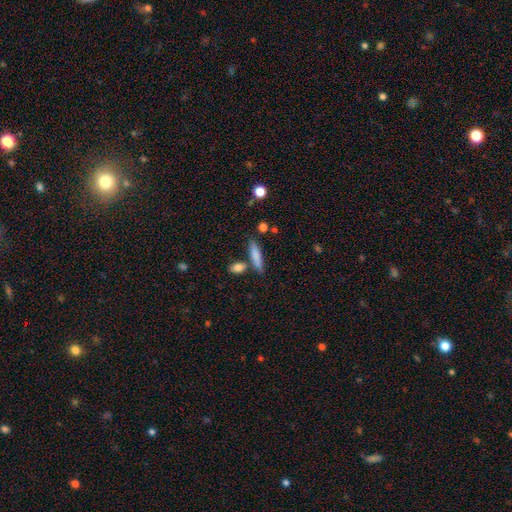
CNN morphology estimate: smooth_or_featured: smooth (p=0.80) [alt: featured or disk p=0.14]
how_rounded: cigar-shaped (p=0.76) [alt: in between p=0.21]
merging: none (p=0.74) [alt: minor disturbance p=0.12]